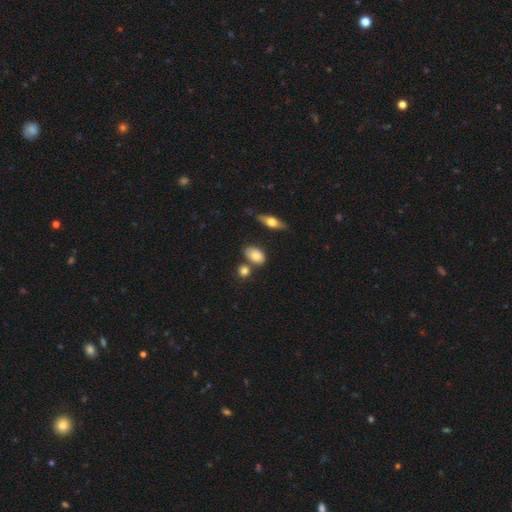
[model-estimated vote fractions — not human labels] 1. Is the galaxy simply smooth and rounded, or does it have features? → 80% smooth, 11% featured or disk, 9% star or artifact.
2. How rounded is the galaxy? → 77% in between, 21% round, 3% cigar-shaped.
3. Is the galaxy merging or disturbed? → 69% none, 14% minor disturbance, 13% merger, 4% major disturbance.